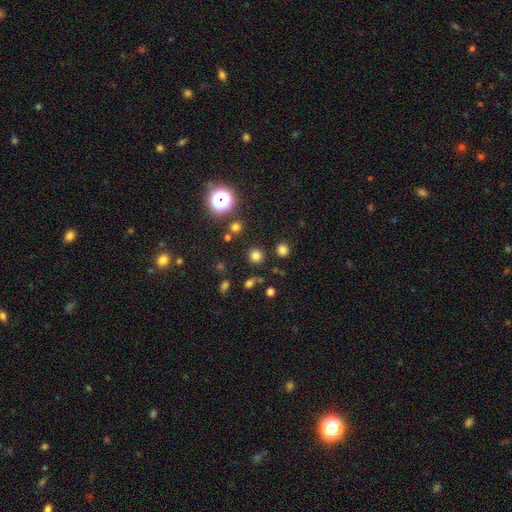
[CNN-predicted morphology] smooth 76%, star or artifact 19%, featured or disk 5%. Down the decision tree: how rounded — round (91%); merging — none (87%).